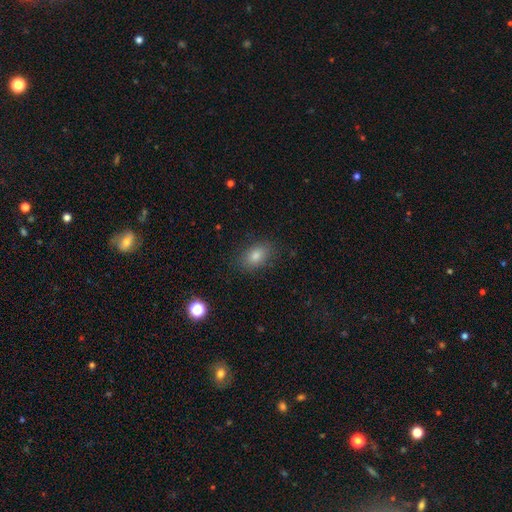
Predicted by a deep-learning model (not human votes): Smooth or featured: smooth — 79% (star or artifact — 12%)
How rounded: in between — 81% (round — 17%)
Merging: none — 86% (minor disturbance — 10%)